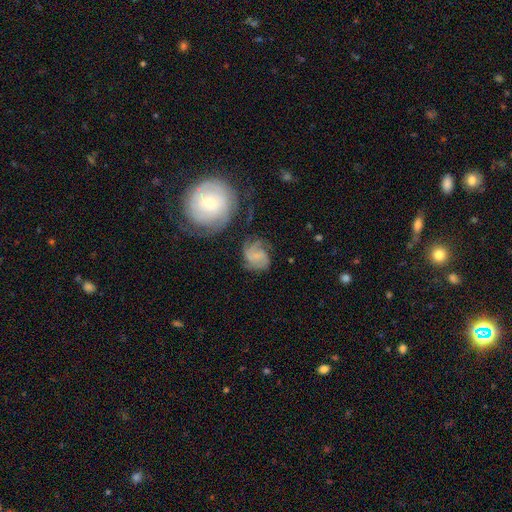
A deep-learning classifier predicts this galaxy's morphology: The model was most divided on "spiral winding": medium: 42%, tight: 36%, loose: 22%. Remaining: edge-on disk — no (98%); spiral arms — yes (87%); smooth or featured — featured or disk (59%); bar — no (57%); bulge size — none (54%); merging — none (51%); spiral arm count — 3 (32%).